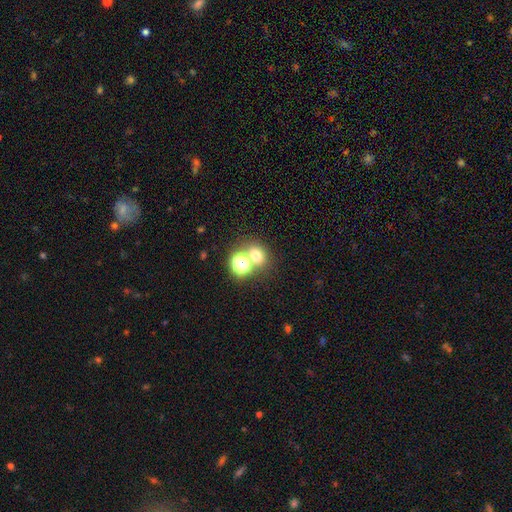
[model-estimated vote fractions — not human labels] Morphology: type=smooth (64%); roundness=round (72%); merging=none (59%).